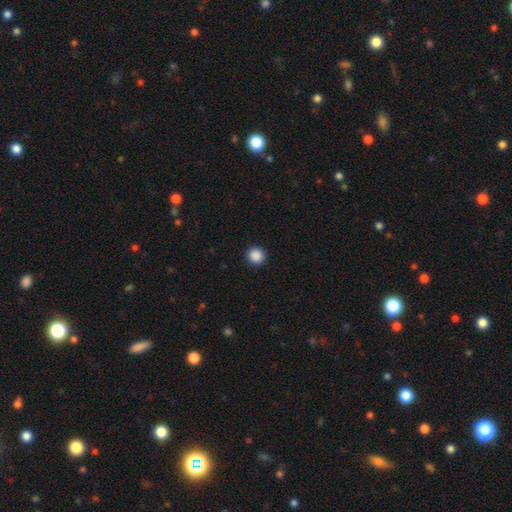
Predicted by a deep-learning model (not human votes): Q: Smooth or featured?
A: smooth (89%); runner-up: star or artifact (9%)
Q: How rounded?
A: round (94%); runner-up: in between (5%)
Q: Merging?
A: none (93%); runner-up: minor disturbance (5%)